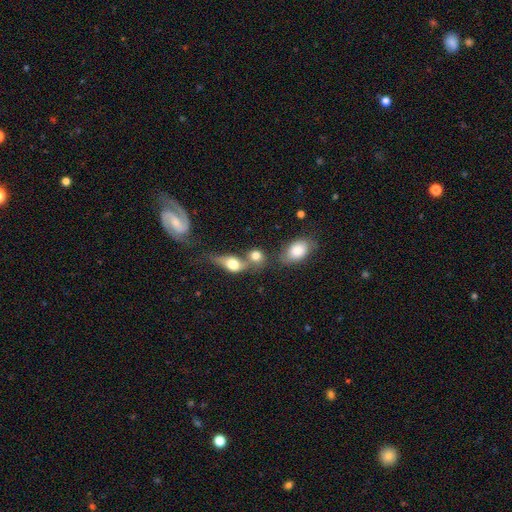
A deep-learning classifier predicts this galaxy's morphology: Overall: smooth (75%). How rounded: round (50%; in between 46%). Merging: merger (55%; none 28%).